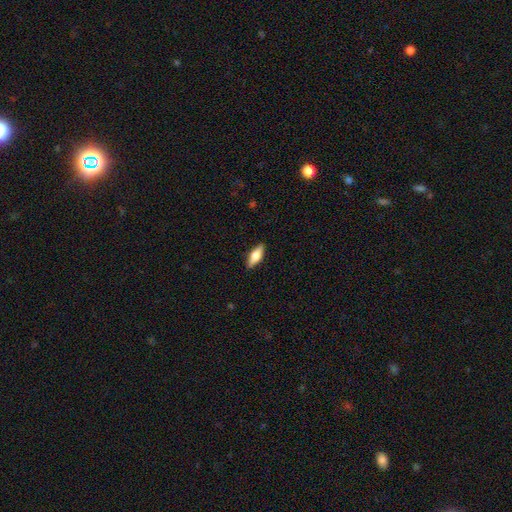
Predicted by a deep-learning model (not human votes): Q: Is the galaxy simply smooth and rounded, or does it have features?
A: smooth — 58%.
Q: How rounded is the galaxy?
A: in between — 63%.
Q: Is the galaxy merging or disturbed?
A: none — 89%.